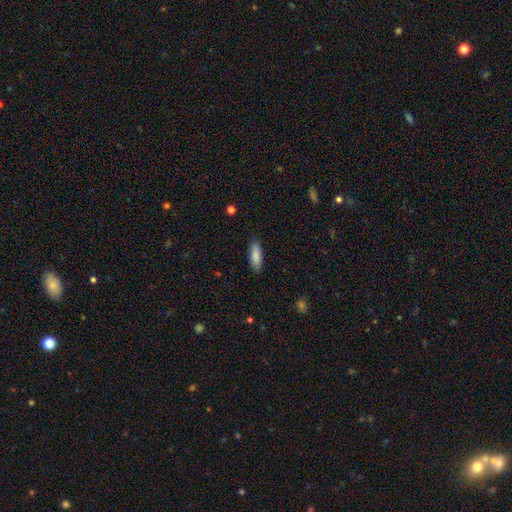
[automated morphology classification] Smooth or featured? Predicted: smooth (p=0.87). How rounded? Predicted: in between (p=0.62). Merging? Predicted: none (p=0.87).